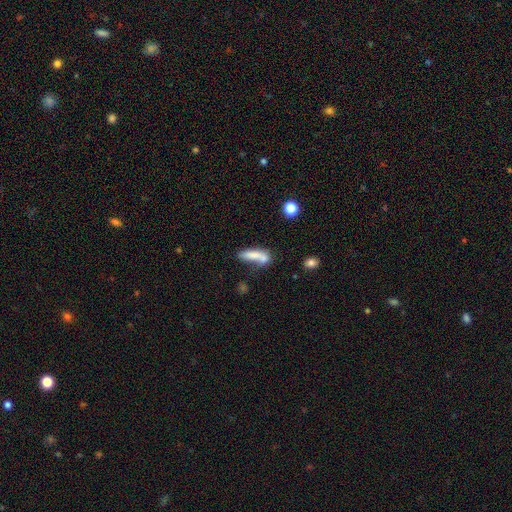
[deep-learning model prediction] A smooth galaxy with no disk features (73%) that is cigar-shaped (64%). Merging: none (39%).